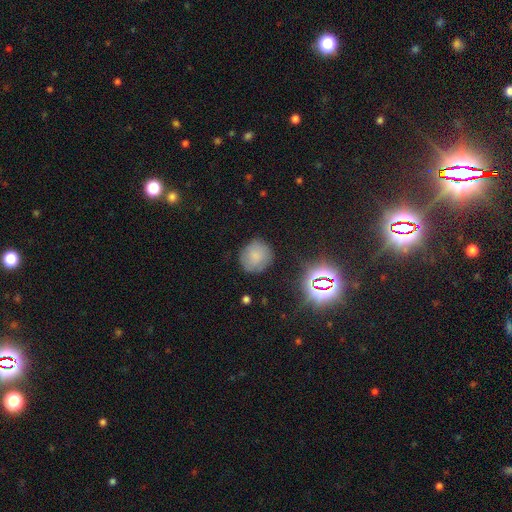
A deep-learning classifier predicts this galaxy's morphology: The model was most divided on "smooth or featured": smooth: 70%, star or artifact: 17%, featured or disk: 13%. More confident: how rounded — round (85%); merging — none (79%).